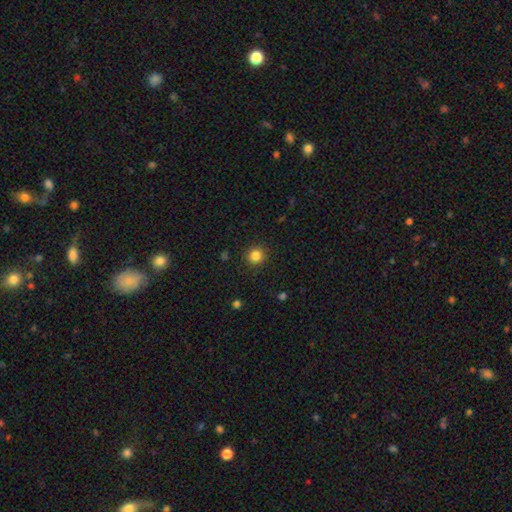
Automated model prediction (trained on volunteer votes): Smooth or featured? smooth (84%)
How rounded? round (94%)
Merging? none (91%)